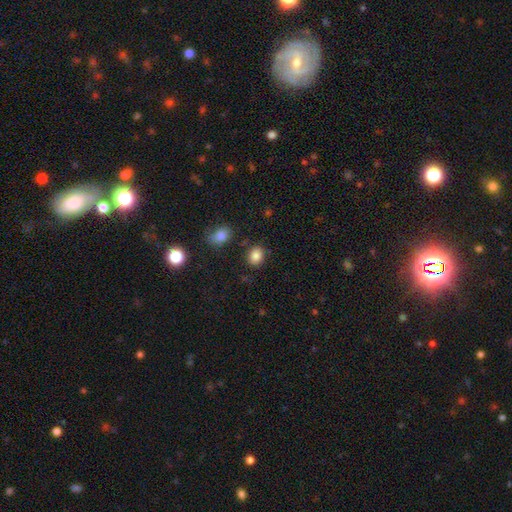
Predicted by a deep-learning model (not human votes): smooth_or_featured: smooth (p=0.85) [alt: star or artifact p=0.10]
how_rounded: round (p=0.58) [alt: in between p=0.41]
merging: none (p=0.82) [alt: minor disturbance p=0.11]